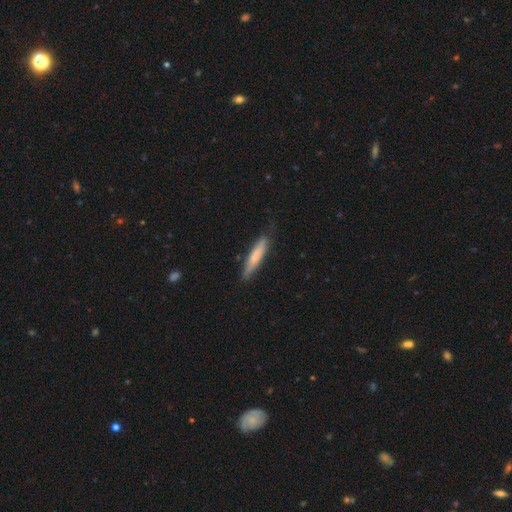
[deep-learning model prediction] Overall: smooth (69%). How rounded: cigar-shaped (88%). Merging: none (74%).